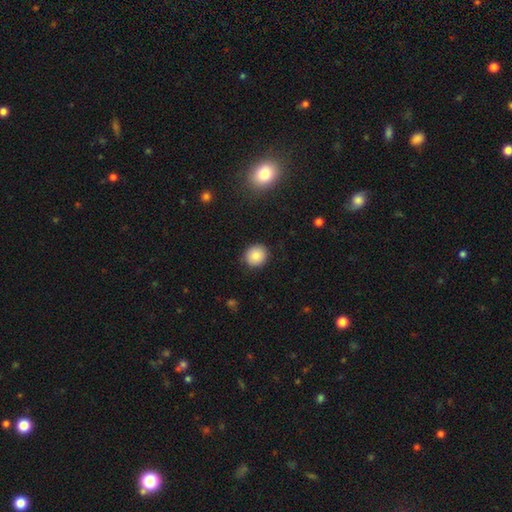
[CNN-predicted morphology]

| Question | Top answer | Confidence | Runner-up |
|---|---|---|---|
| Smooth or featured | smooth | 86% | star or artifact (9%) |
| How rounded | round | 86% | in between (13%) |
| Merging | none | 89% | minor disturbance (8%) |